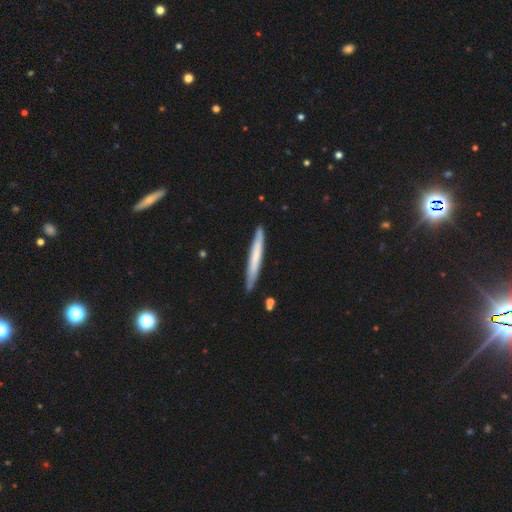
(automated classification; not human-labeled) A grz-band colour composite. It shows a smooth galaxy with no disk features (58%) that is cigar-shaped (96%). Merging: none (87%).